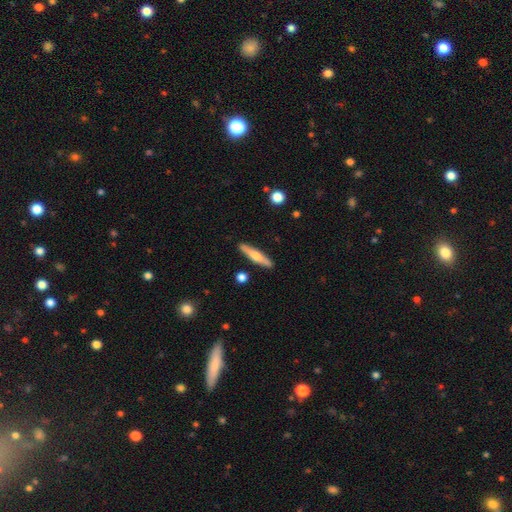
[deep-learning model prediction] This appears to be a featured or disk galaxy (49%). Merging: none (89%).